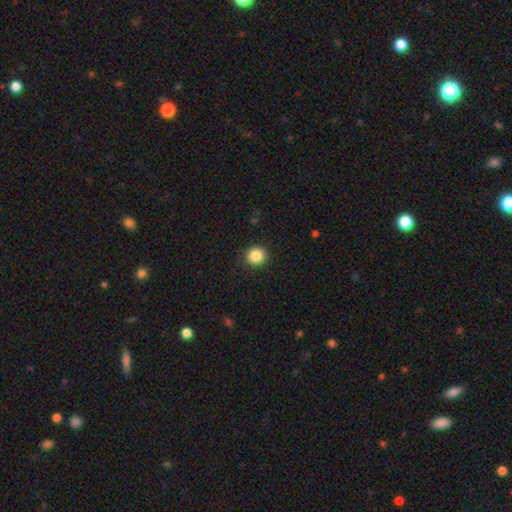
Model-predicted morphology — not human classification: smooth 86%, star or artifact 10%, featured or disk 4%. Down the decision tree: how rounded — round (85%); merging — none (90%).